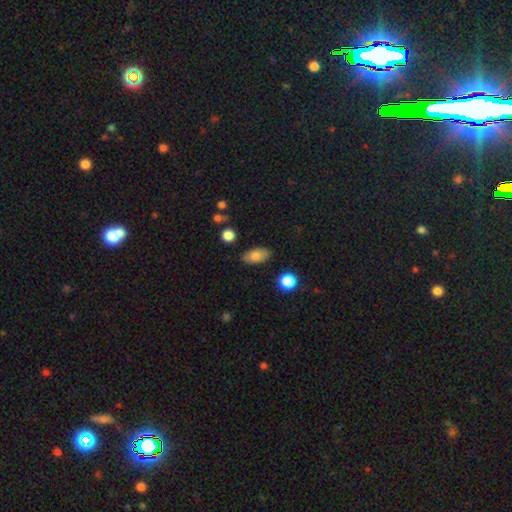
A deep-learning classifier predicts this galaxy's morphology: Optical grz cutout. It shows a smooth galaxy with no disk features (78%) that is in between round and cigar-shaped (90%). Merging: none (83%).